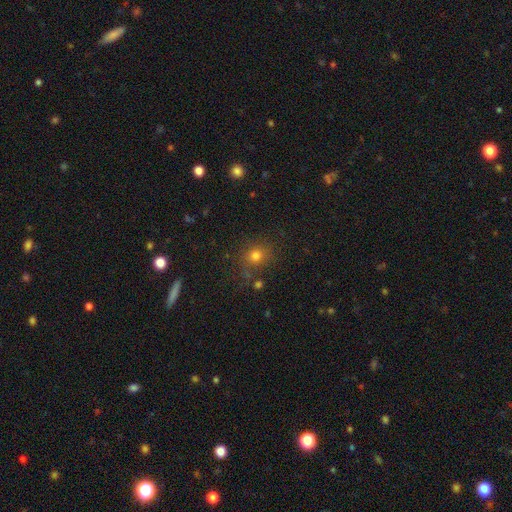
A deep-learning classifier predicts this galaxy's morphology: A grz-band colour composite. It shows a smooth galaxy with no disk features (74%) that is round (77%). Merging: none (76%).